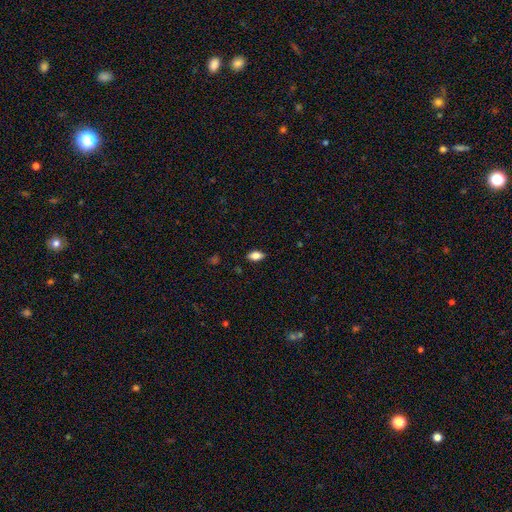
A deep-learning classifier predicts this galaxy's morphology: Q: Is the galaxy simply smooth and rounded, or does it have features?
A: smooth — 81%.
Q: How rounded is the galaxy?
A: in between — 89%.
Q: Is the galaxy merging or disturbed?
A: none — 86%.